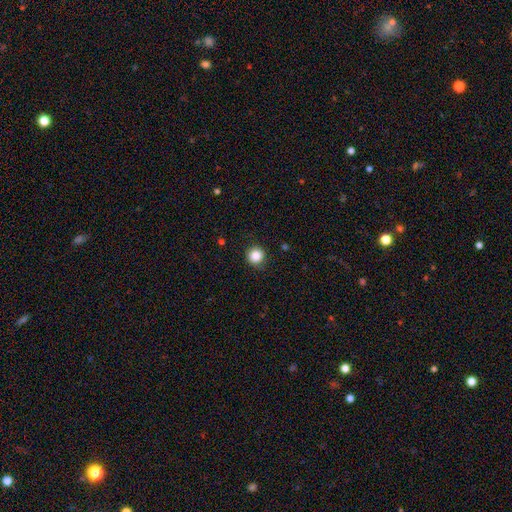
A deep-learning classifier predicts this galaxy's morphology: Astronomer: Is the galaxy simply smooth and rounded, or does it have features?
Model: smooth — 86%.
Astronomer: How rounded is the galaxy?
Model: round — 94%.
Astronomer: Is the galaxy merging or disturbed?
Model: none — 88%.